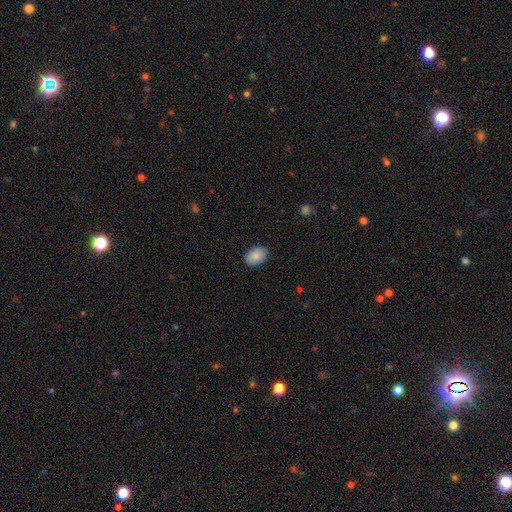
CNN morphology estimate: Q: Smooth or featured?
A: smooth (89%); runner-up: star or artifact (6%)
Q: How rounded?
A: in between (91%); runner-up: round (8%)
Q: Merging?
A: none (87%); runner-up: minor disturbance (10%)